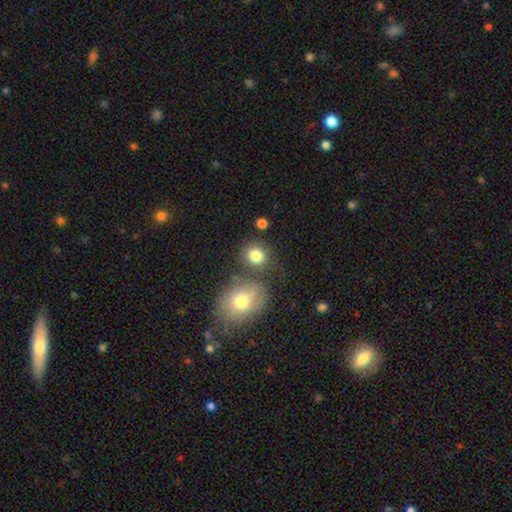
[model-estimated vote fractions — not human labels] Overall: smooth (82%). How rounded: round (73%). Merging: none (66%).